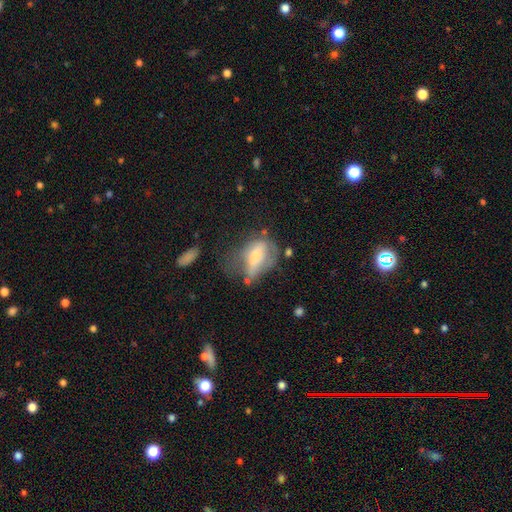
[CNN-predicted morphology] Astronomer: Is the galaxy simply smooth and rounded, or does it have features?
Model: smooth — 52% (runner-up: featured or disk, 39%).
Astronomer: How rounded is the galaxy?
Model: in between — 76%.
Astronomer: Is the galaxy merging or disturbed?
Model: major disturbance — 39% (runner-up: minor disturbance, 26%).